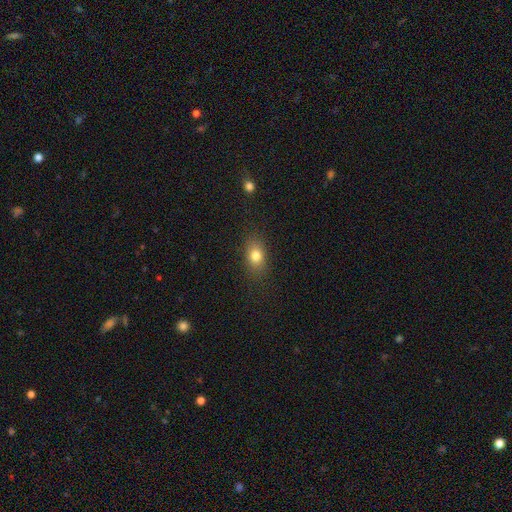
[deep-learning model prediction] Overall: smooth (79%). How rounded: in between (73%). Merging: none (84%).